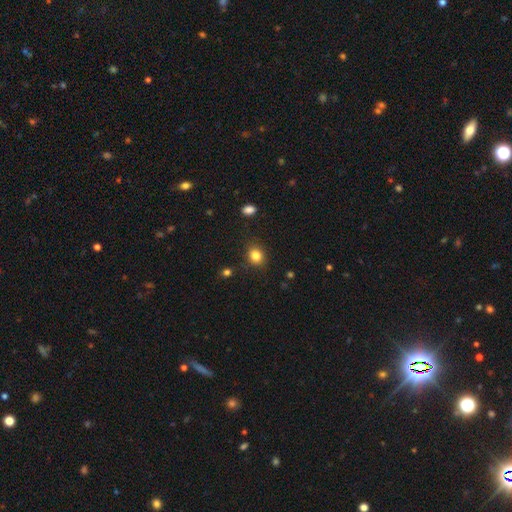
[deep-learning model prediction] smooth 83%, star or artifact 11%, featured or disk 6%. Down the decision tree: how rounded — round (65%); merging — none (86%).